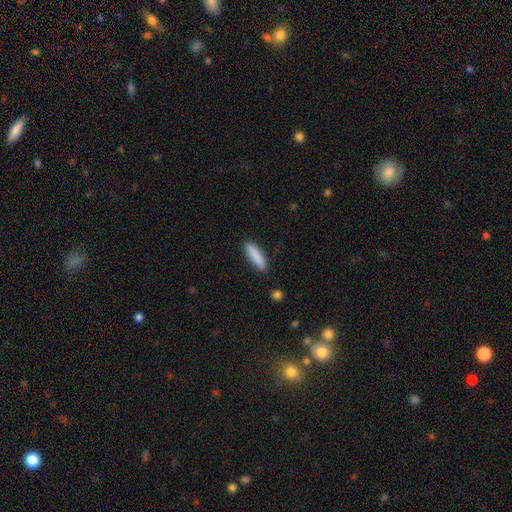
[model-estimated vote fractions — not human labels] smooth-or-featured: smooth: 88% | featured or disk: 6% | star or artifact: 6%
  how-rounded: cigar-shaped: 71% | in between: 28% | round: 1%
  merging: none: 88% | minor disturbance: 9% | major disturbance: 2% | merger: 1%